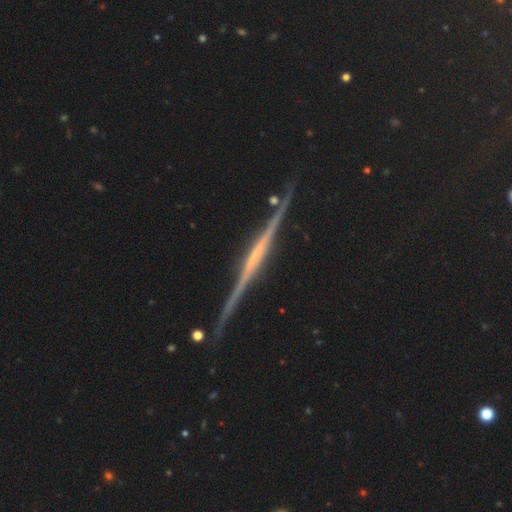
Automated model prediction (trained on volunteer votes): Smooth or featured: featured or disk — 82% (smooth — 9%)
Edge-on disk: yes — 98% (no — 2%)
Edge-on bulge: none — 54% (rounded — 27%)
Merging: none — 86% (minor disturbance — 9%)